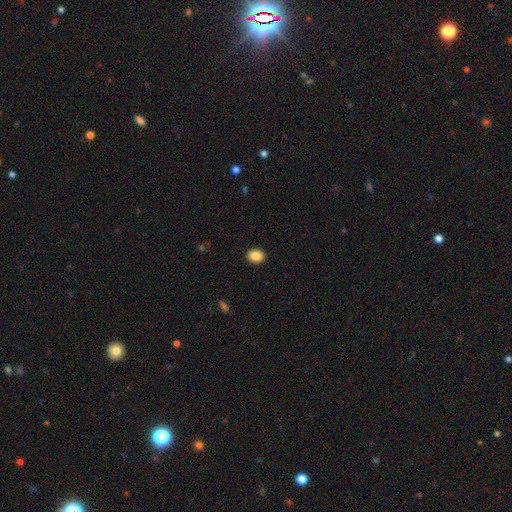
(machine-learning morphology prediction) This is clearly a smooth galaxy (88%). How rounded: possibly in between (56%). Merging: clearly none (91%).